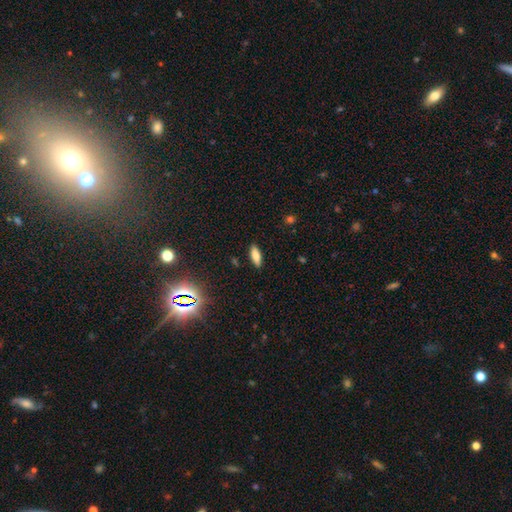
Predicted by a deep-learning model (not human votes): Morphology: type=smooth (76%); roundness=in between (67%); merging=none (88%).